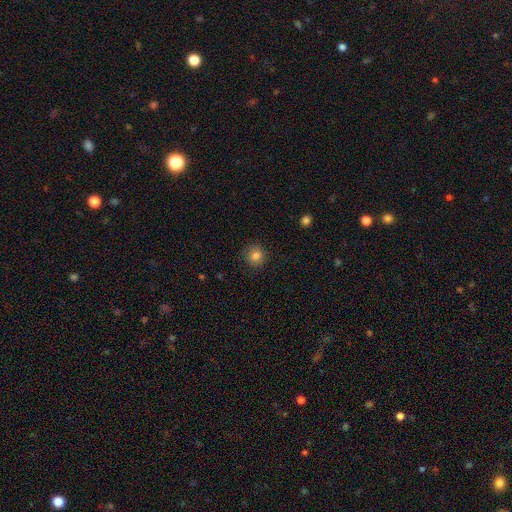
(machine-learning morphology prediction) This is clearly a smooth galaxy (82%). How rounded: clearly round (92%). Merging: clearly none (87%).